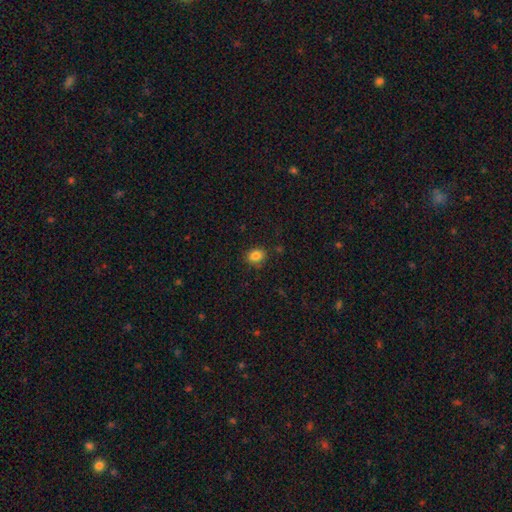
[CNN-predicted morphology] Smooth or featured? smooth (84%)
How rounded? round (52%)
Merging? none (84%)